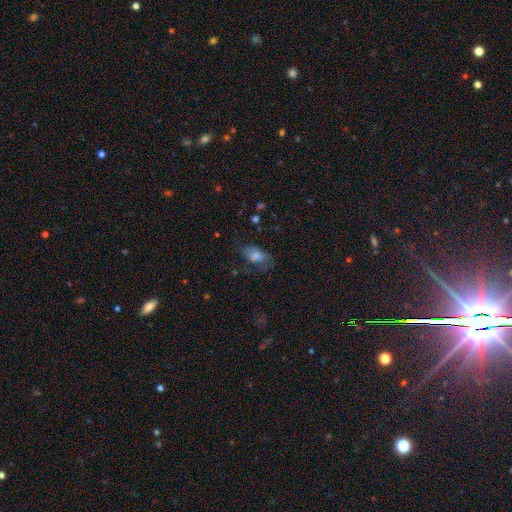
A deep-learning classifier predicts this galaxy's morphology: Overall: smooth (71%). How rounded: in between (86%). Merging: none (48%; minor disturbance 27%).